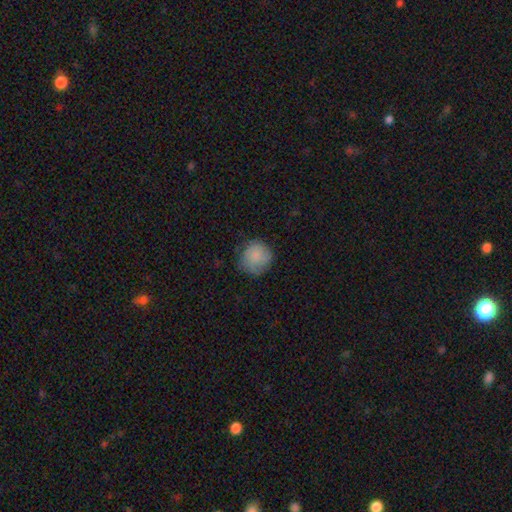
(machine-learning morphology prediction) smooth_or_featured: smooth (p=0.83) [alt: featured or disk p=0.10]
how_rounded: round (p=0.89) [alt: in between p=0.10]
merging: none (p=0.72) [alt: minor disturbance p=0.21]